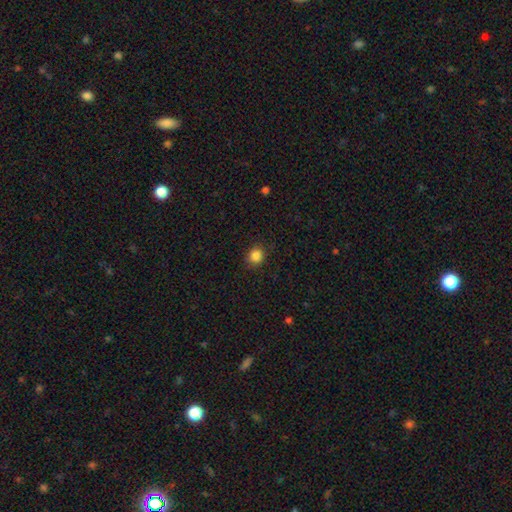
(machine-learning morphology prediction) Q: Smooth or featured?
A: smooth (85%); runner-up: star or artifact (11%)
Q: How rounded?
A: round (83%); runner-up: in between (17%)
Q: Merging?
A: none (88%); runner-up: minor disturbance (9%)